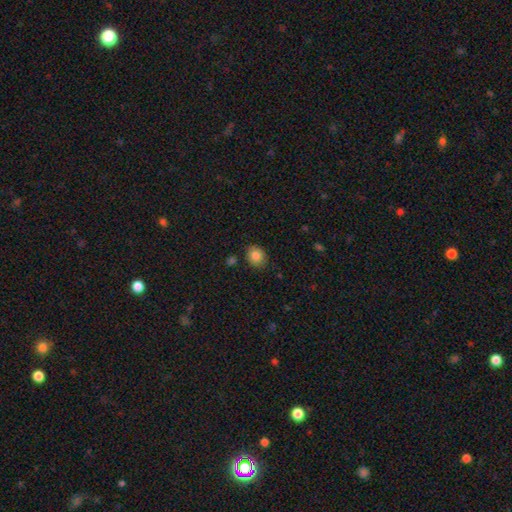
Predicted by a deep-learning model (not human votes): Smooth or featured: smooth — 85% (star or artifact — 9%)
How rounded: round — 68% (in between — 32%)
Merging: none — 83% (minor disturbance — 12%)